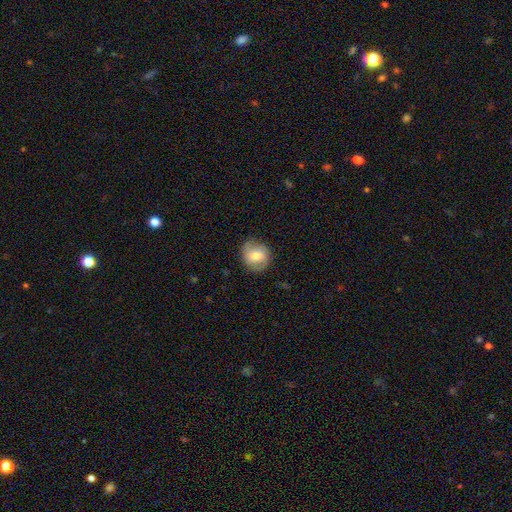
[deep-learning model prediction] Smooth or featured?
  - smooth: 71% *
  - featured or disk: 21%
  - star or artifact: 8%
How rounded?
  - round: 77% *
  - in between: 22%
  - cigar-shaped: 1%
Merging?
  - none: 75% *
  - minor disturbance: 19%
  - major disturbance: 5%
  - merger: 1%